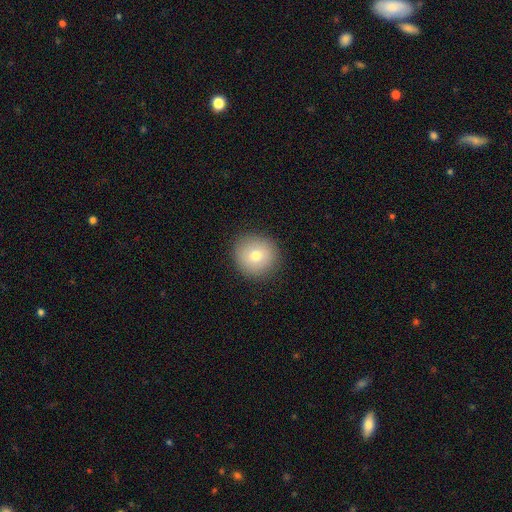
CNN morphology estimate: Smooth or featured?
  - smooth: 75% *
  - featured or disk: 15%
  - star or artifact: 10%
How rounded?
  - round: 94% *
  - in between: 5%
  - cigar-shaped: 1%
Merging?
  - none: 90% *
  - minor disturbance: 7%
  - major disturbance: 2%
  - merger: 1%